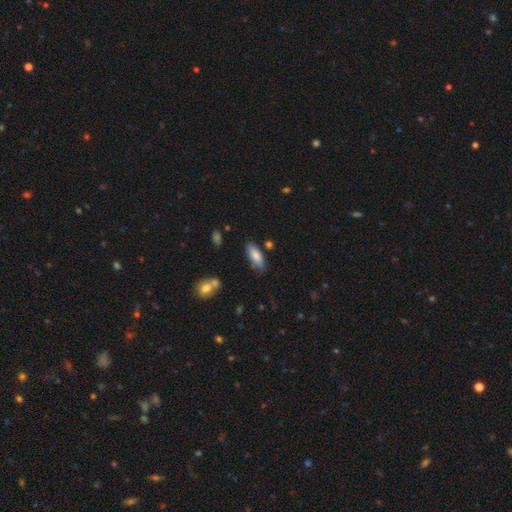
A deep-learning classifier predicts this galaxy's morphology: Smooth or featured?
  - smooth: 82% *
  - featured or disk: 12%
  - star or artifact: 6%
How rounded?
  - in between: 75% *
  - cigar-shaped: 23%
  - round: 2%
Merging?
  - none: 78% *
  - minor disturbance: 15%
  - merger: 4%
  - major disturbance: 3%